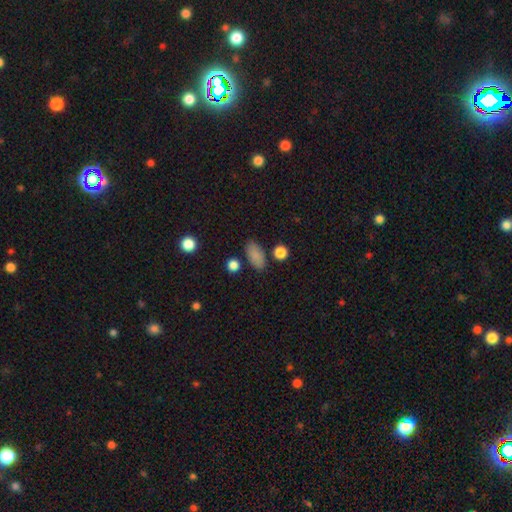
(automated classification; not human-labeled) smooth 85%, star or artifact 9%, featured or disk 6%. Down the decision tree: how rounded — in between (87%); merging — none (80%).